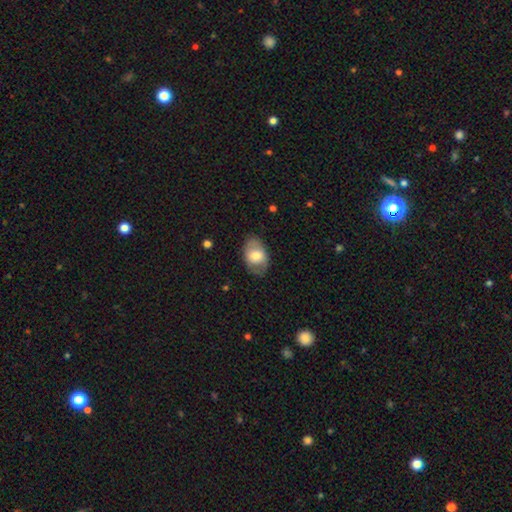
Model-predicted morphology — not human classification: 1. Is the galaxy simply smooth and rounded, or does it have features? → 64% smooth, 29% featured or disk, 7% star or artifact.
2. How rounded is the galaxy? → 85% in between, 14% round, 1% cigar-shaped.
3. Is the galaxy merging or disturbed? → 76% none, 17% minor disturbance, 6% major disturbance, 1% merger.